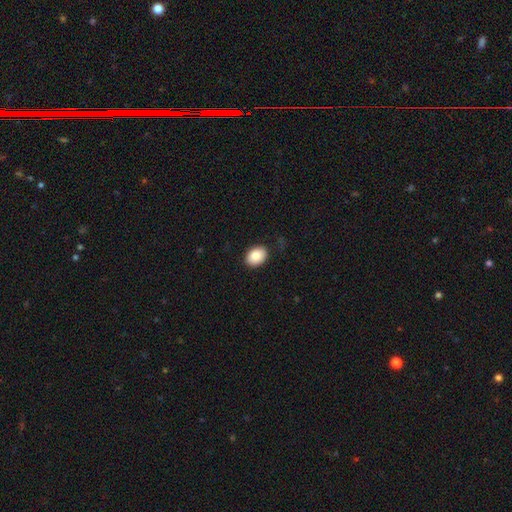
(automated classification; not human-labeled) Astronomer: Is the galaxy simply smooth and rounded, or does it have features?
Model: smooth — 86%.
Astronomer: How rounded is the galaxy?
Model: in between — 74%.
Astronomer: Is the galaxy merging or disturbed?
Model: none — 86%.